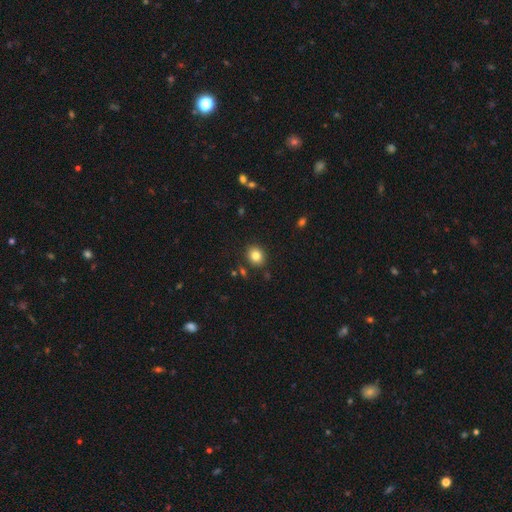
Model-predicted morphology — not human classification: A smooth galaxy with no disk features (82%) that is round (69%). Merging: none (87%).